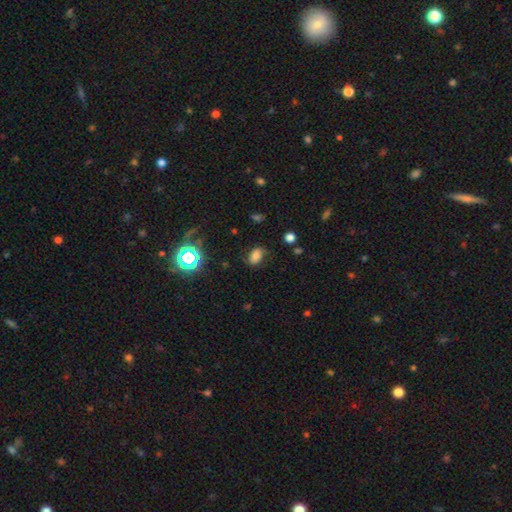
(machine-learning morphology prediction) smooth 67%, star or artifact 19%, featured or disk 14%. Down the decision tree: how rounded — in between (82%); merging — none (71%).